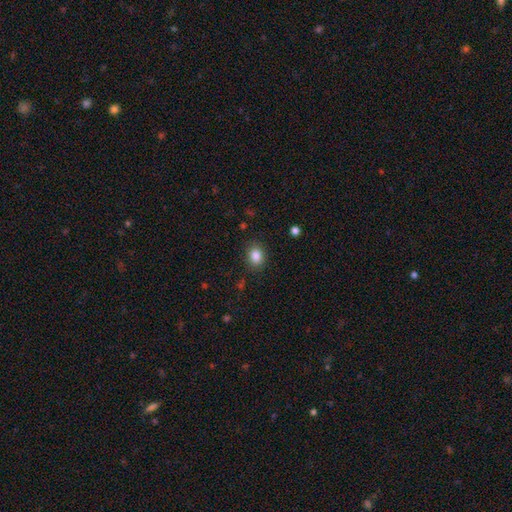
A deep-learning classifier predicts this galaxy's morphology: A smooth galaxy with no disk features (86%) that is in between round and cigar-shaped (54%).

Vote fractions:
- Smooth or featured? smooth: 86% / star or artifact: 10% / featured or disk: 5%
- How rounded? in between: 54% / round: 45% / cigar-shaped: 1%
- Merging? none: 85% / minor disturbance: 11% / major disturbance: 3% / merger: 1%